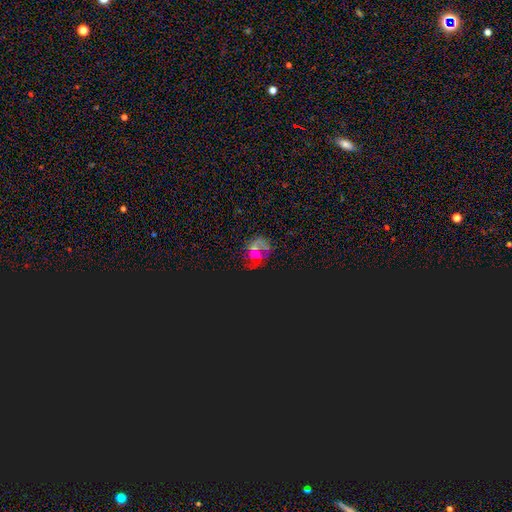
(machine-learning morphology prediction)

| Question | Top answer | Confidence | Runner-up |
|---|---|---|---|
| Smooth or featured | star or artifact | 45% | featured or disk (30%) |